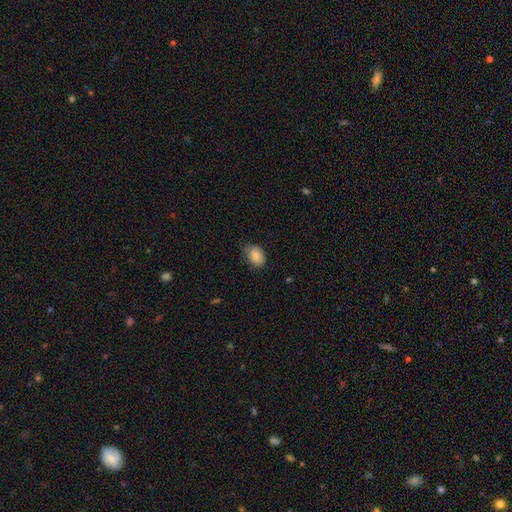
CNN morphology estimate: type=smooth (86%); roundness=in between (82%); merging=none (61%).